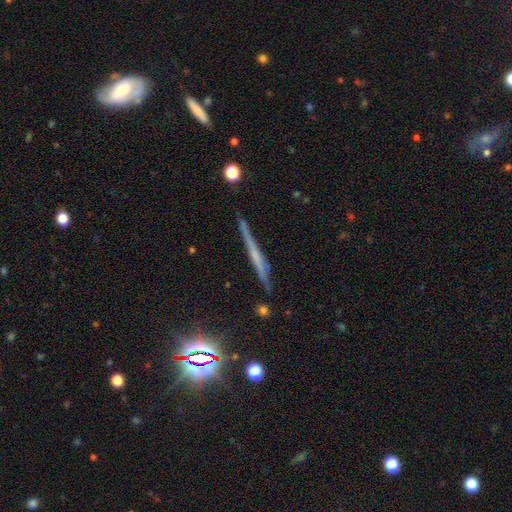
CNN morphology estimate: smooth-or-featured: featured or disk: 53% | smooth: 32% | star or artifact: 15%
  disk-edge-on: yes: 96% | no: 4%
    edge-on-bulge: none: 68% | rounded: 20% | boxy: 12%
  merging: none: 85% | minor disturbance: 11% | major disturbance: 2% | merger: 2%